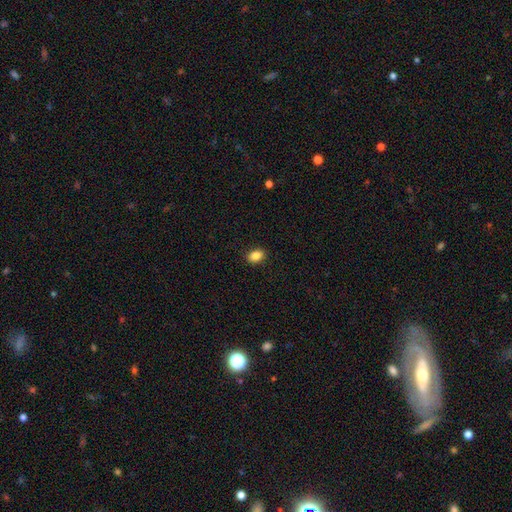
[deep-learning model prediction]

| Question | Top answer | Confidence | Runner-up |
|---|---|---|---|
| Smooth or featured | smooth | 86% | star or artifact (9%) |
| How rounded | in between | 76% | round (22%) |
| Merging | none | 90% | minor disturbance (7%) |